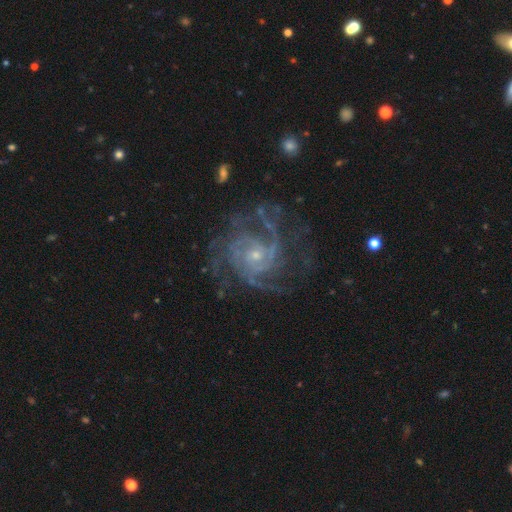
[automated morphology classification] Smooth or featured?
  - featured or disk: 91% *
  - star or artifact: 6%
  - smooth: 4%
Edge-on disk?
  - no: 98% *
  - yes: 2%
Bar?
  - no: 71% *
  - weak: 23%
  - strong: 6%
Spiral arms?
  - yes: 98% *
  - no: 2%
Spiral winding?
  - tight: 58% *
  - medium: 36%
  - loose: 6%
Spiral arm count?
  - 4: 25% *
  - 3: 24%
  - can't tell: 19%
  - 2: 15%
  - more than 4: 10%
  - 1: 7%
Bulge size?
  - small: 71% *
  - moderate: 24%
  - none: 2%
  - large: 2%
  - dominant: 1%
Merging?
  - none: 68% *
  - minor disturbance: 17%
  - major disturbance: 13%
  - merger: 2%